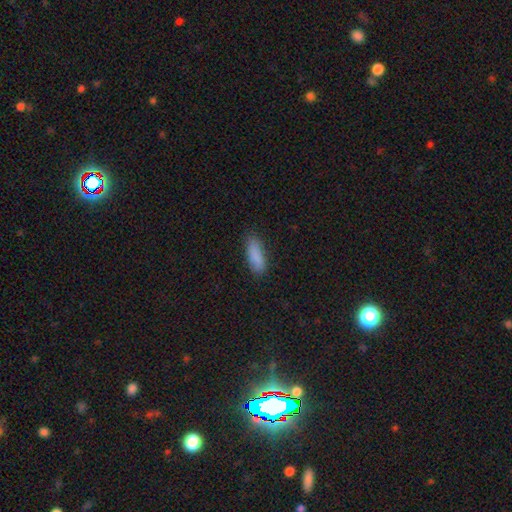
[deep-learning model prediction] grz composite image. It shows a smooth galaxy with no disk features (88%) that is in between round and cigar-shaped (65%). Merging: none (80%).